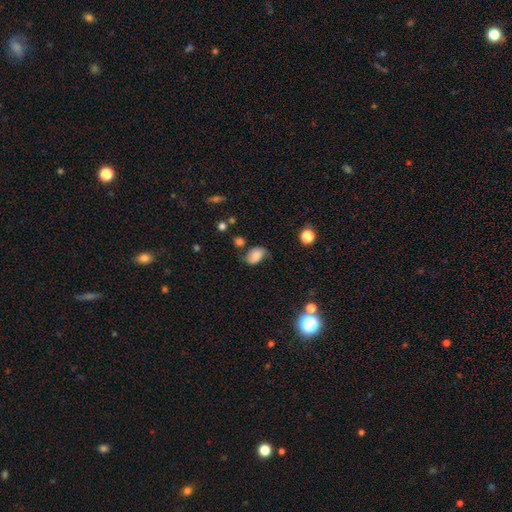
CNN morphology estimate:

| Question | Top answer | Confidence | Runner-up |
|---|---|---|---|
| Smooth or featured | smooth | 63% | featured or disk (26%) |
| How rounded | in between | 83% | round (16%) |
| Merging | none | 52% | minor disturbance (31%) |